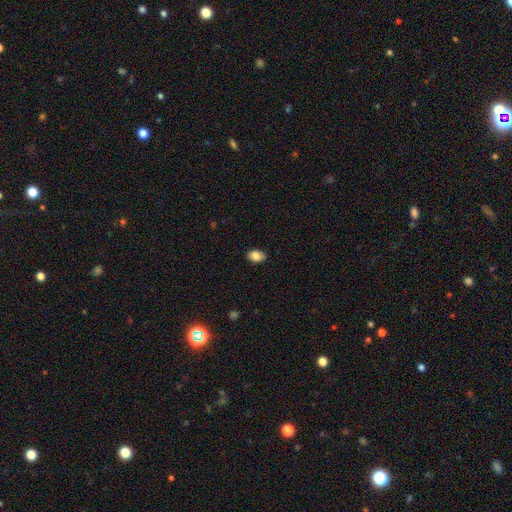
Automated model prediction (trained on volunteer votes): Smooth or featured: smooth — 85% (star or artifact — 8%)
How rounded: in between — 78% (round — 21%)
Merging: none — 85% (minor disturbance — 12%)